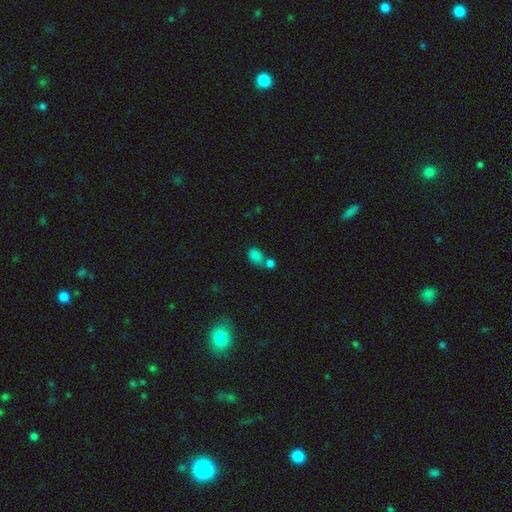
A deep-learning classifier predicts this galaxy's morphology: Overall: smooth (82%). How rounded: in between (74%). Merging: none (43%; merger 41%).